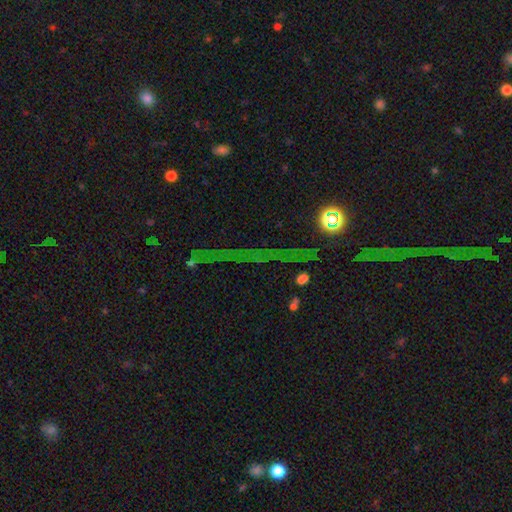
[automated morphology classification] star or artifact 75%, featured or disk 13%, smooth 12%.